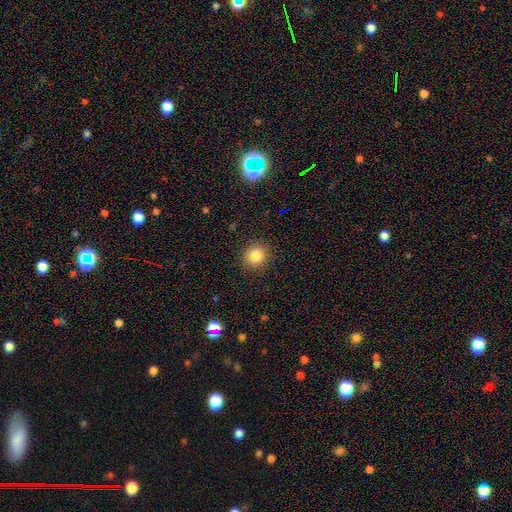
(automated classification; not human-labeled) smooth 83%, star or artifact 11%, featured or disk 6%. Down the decision tree: how rounded — round (87%); merging — none (89%).